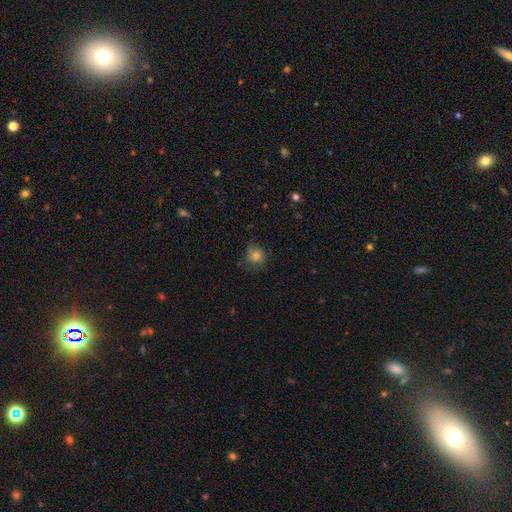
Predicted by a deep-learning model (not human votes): The model was most divided on "merging": none: 64%, minor disturbance: 25%, major disturbance: 10%, merger: 1%. More confident: how rounded — round (79%); smooth or featured — smooth (75%).